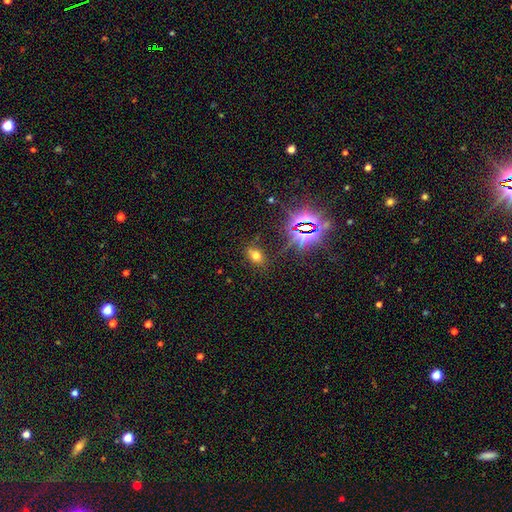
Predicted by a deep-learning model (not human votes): Morphology: type=smooth (58%); roundness=in between (73%); merging=none (80%).